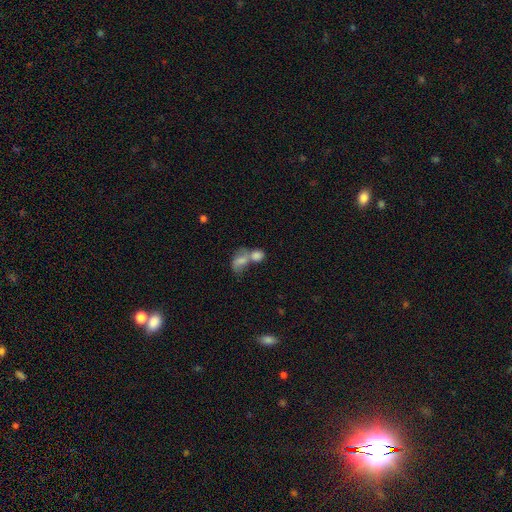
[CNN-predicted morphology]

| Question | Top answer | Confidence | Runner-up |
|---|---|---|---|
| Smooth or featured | smooth | 74% | featured or disk (16%) |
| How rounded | in between | 59% | round (38%) |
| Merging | merger | 68% | none (19%) |